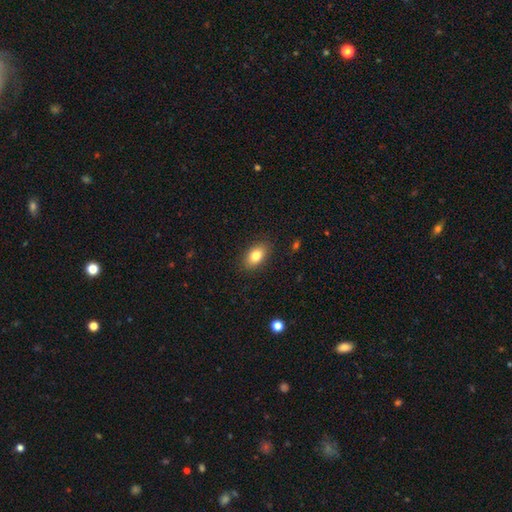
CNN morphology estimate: smooth_or_featured: smooth (p=0.81) [alt: featured or disk p=0.11]
how_rounded: in between (p=0.88) [alt: round p=0.09]
merging: none (p=0.88) [alt: minor disturbance p=0.09]